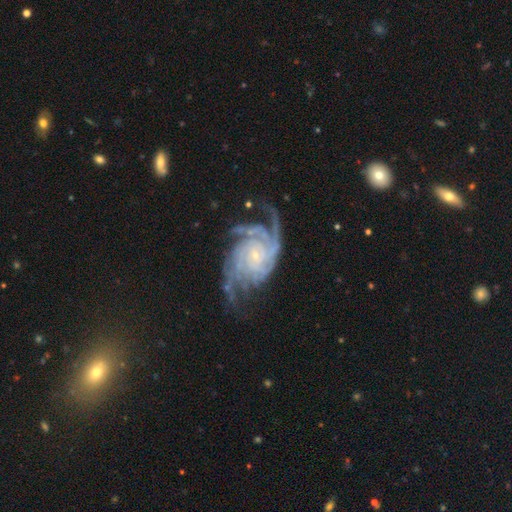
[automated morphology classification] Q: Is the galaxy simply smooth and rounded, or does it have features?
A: featured or disk — 92%.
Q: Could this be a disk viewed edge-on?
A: no — 98%.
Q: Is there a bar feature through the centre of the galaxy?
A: no — 71%.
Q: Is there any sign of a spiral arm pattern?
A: yes — 98%.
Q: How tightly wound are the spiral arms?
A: tight — 54%.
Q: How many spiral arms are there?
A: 4 — 26%, tied with 3.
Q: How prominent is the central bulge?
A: small — 85%.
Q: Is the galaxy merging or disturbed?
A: none — 61%.